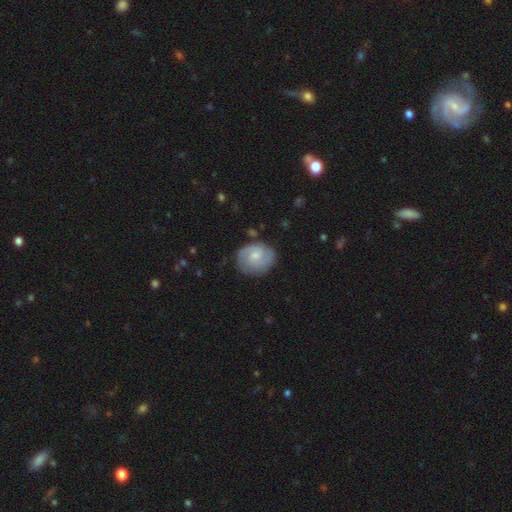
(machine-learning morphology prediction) Smooth or featured? Predicted: featured or disk (p=0.69). Edge-on disk? Predicted: no (p=0.98). Bar? Predicted: no (p=0.62). Spiral arms? Predicted: yes (p=0.93). Spiral winding? Predicted: tight (p=0.50). Spiral arm count? Predicted: 2 (p=0.63). Bulge size? Predicted: small (p=0.52). Merging? Predicted: none (p=0.78).